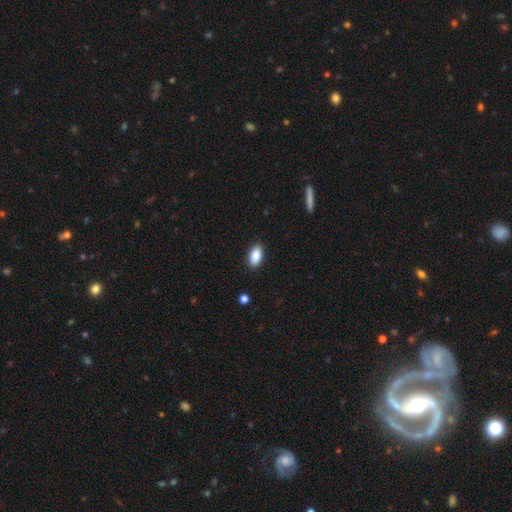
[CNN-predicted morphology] The model was most divided on "smooth or featured": smooth: 88%, star or artifact: 7%, featured or disk: 5%. More confident: how rounded — in between (93%); merging — none (89%).